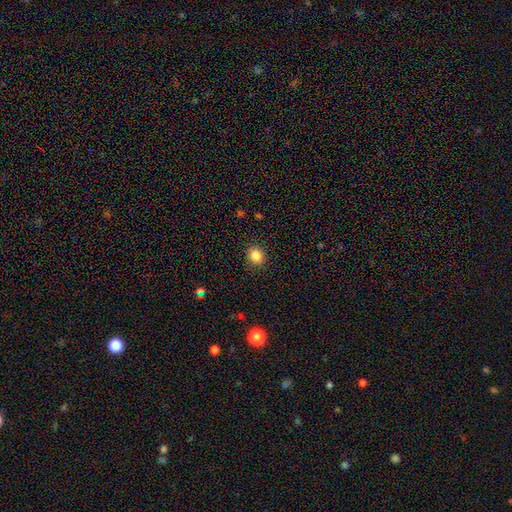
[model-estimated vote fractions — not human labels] Smooth or featured? smooth (85%)
How rounded? round (77%)
Merging? none (90%)